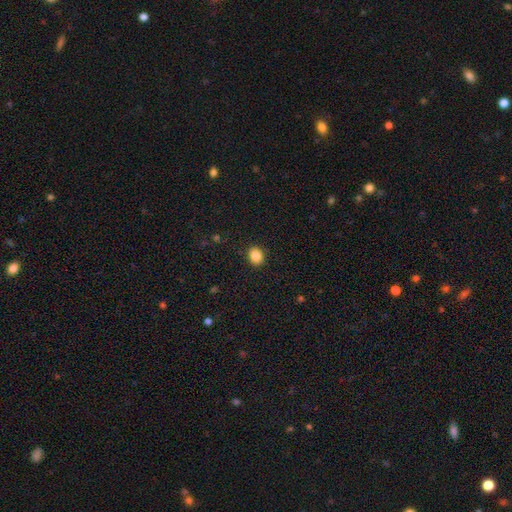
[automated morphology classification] This is clearly a smooth galaxy (86%). How rounded: possibly round (55%). Merging: clearly none (91%).